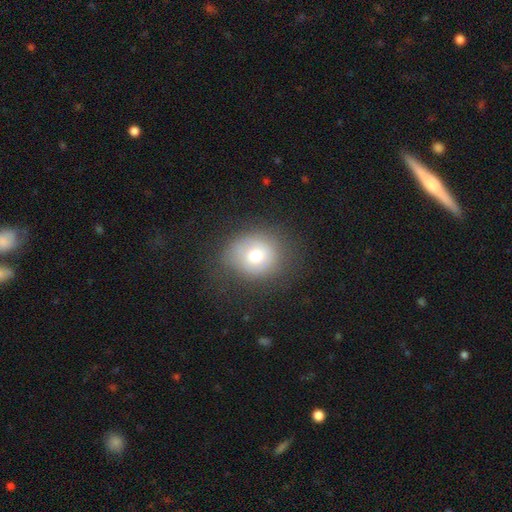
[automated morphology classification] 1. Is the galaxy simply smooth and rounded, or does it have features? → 71% smooth, 18% featured or disk, 11% star or artifact.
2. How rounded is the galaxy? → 68% round, 31% in between, 1% cigar-shaped.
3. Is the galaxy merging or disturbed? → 69% none, 20% minor disturbance, 9% major disturbance, 1% merger.